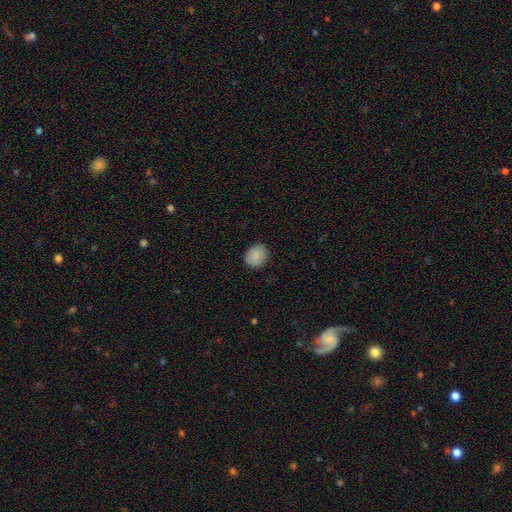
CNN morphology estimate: Smooth or featured? smooth (88%)
How rounded? round (69%)
Merging? none (88%)